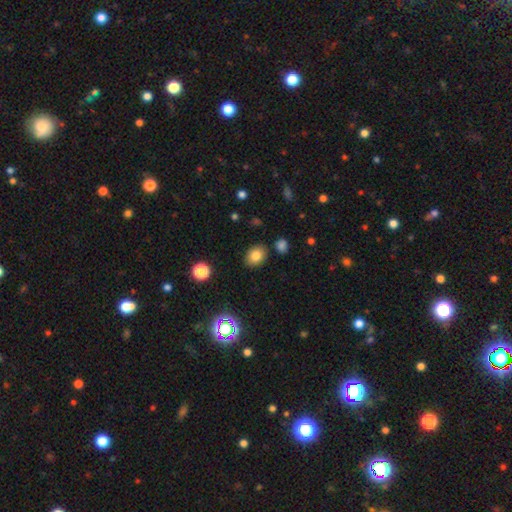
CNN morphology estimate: A smooth galaxy with no disk features (80%) that is in between round and cigar-shaped (57%). Merging: none (84%).